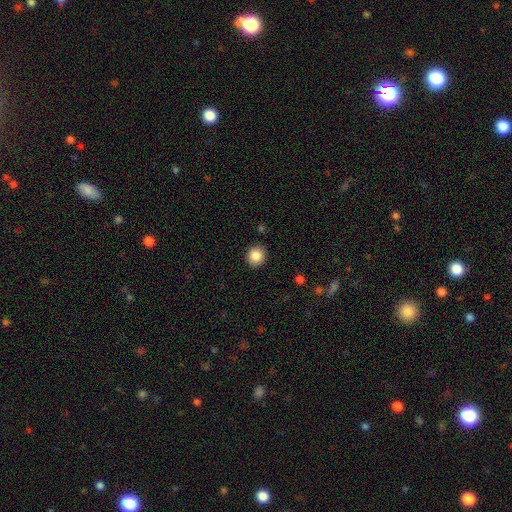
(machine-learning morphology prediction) A smooth galaxy with no disk features (86%) that is round (86%). Merging: none (91%).